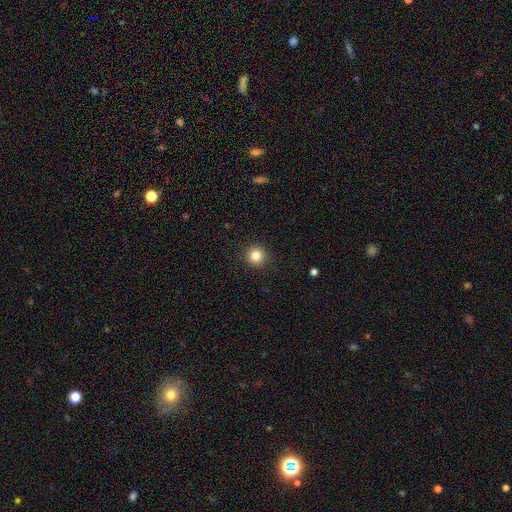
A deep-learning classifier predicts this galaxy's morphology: Smooth or featured?
  - smooth: 83% *
  - star or artifact: 11%
  - featured or disk: 5%
How rounded?
  - round: 95% *
  - in between: 4%
  - cigar-shaped: 1%
Merging?
  - none: 92% *
  - minor disturbance: 5%
  - major disturbance: 2%
  - merger: 1%